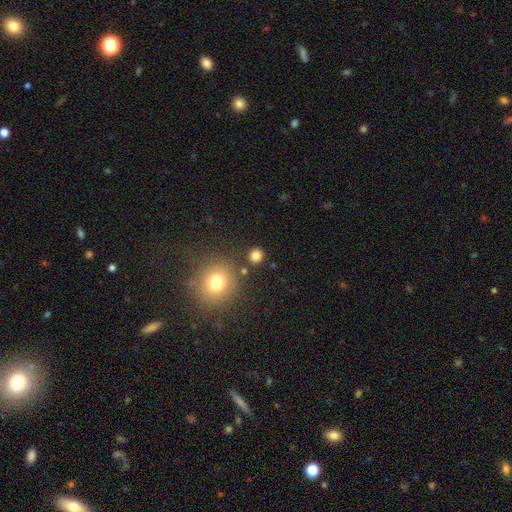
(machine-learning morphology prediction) smooth_or_featured: smooth (p=0.80) [alt: star or artifact p=0.15]
how_rounded: round (p=0.90) [alt: in between p=0.09]
merging: none (p=0.86) [alt: minor disturbance p=0.06]